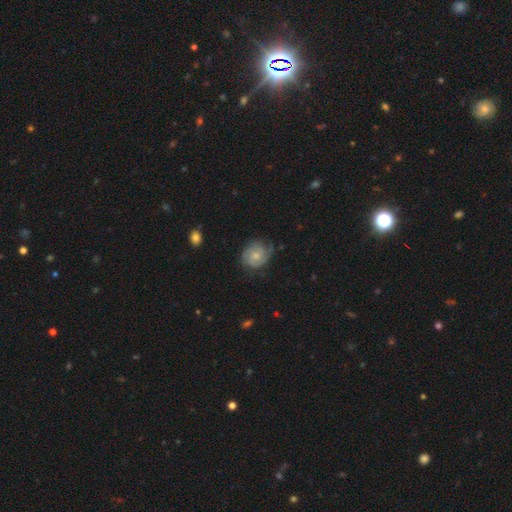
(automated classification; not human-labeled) The model was most divided on "bulge size": moderate: 49%, small: 45%, none: 3%, large: 3%, dominant: 1%. Remaining: edge-on disk — no (97%); spiral arms — yes (88%); bar — no (79%); merging — none (65%); smooth or featured — featured or disk (60%); spiral winding — tight (60%); spiral arm count — 2 (43%).